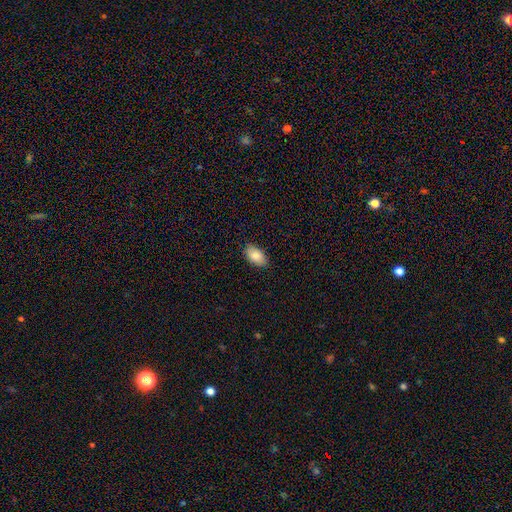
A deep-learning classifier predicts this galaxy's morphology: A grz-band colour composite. It shows a smooth galaxy with no disk features (85%) that is in between round and cigar-shaped (94%). Merging: none (86%).